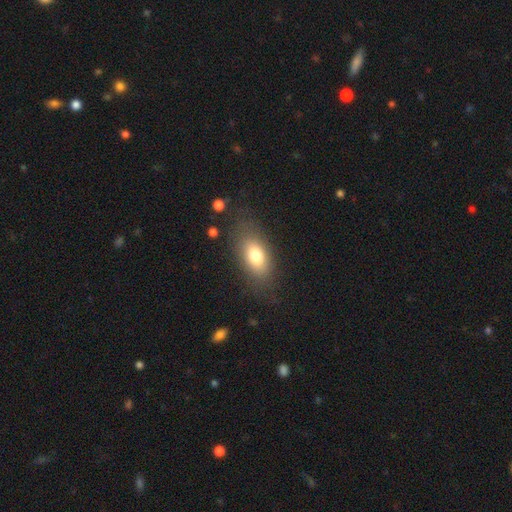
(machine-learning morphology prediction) type=smooth (76%); roundness=in between (87%); merging=none (77%).